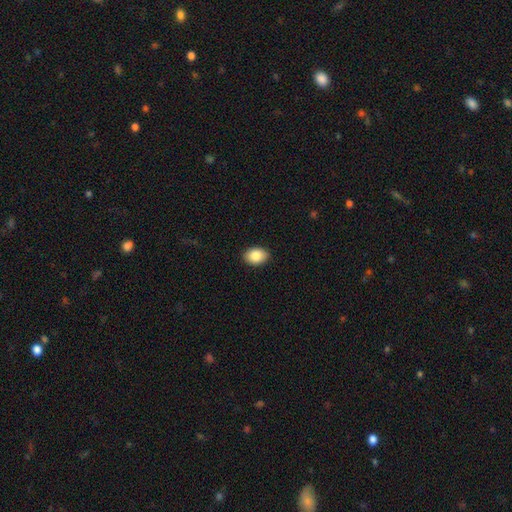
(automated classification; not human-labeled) A smooth galaxy with no disk features (87%) that is in between round and cigar-shaped (76%). Merging: none (90%).